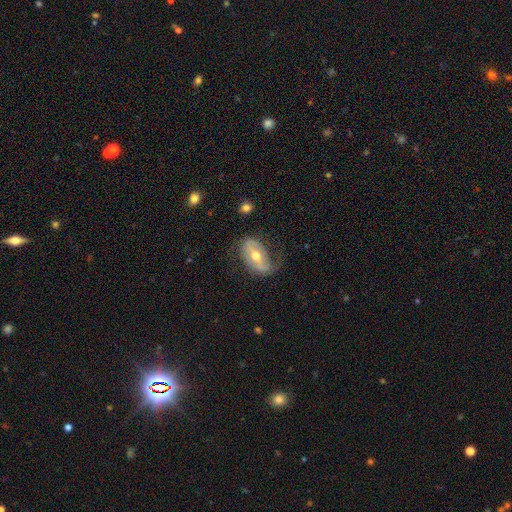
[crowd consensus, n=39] smooth-or-featured: featured or disk: 62% | smooth: 33% | star or artifact: 5%
  disk-edge-on: no: 92% | yes: 8%
    bar: weak: 59% | strong: 41% | no: 0%
    has-spiral-arms: yes: 59% | no: 41%
      spiral-winding: loose: 62% | medium: 38% | tight: 0%
      spiral-arm-count: 2: 62% | 1: 31% | can't tell: 8% | 3: 0% | 4: 0% | more than 4: 0%
    bulge-size: moderate: 73% | large: 14% | small: 14% | dominant: 0% | none: 0%
  merging: none: 51% | major disturbance: 24% | minor disturbance: 22% | merger: 3%